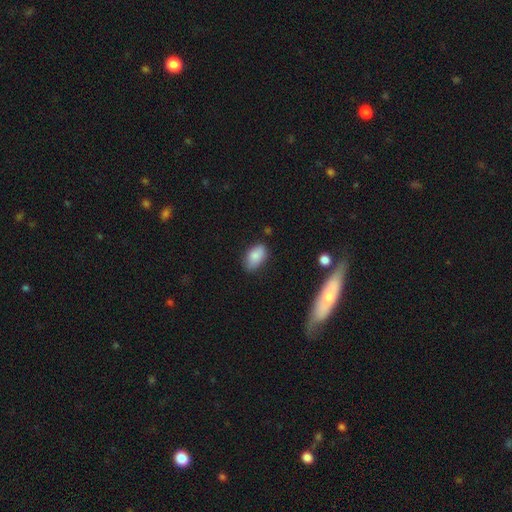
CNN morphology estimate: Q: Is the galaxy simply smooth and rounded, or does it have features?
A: smooth — 84%.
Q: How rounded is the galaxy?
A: in between — 92%.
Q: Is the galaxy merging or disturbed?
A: none — 77%.